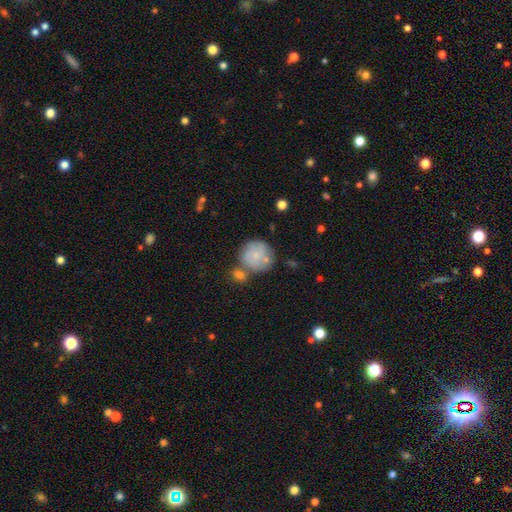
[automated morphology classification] Smooth or featured? smooth (62%)
How rounded? round (90%)
Merging? none (52%)